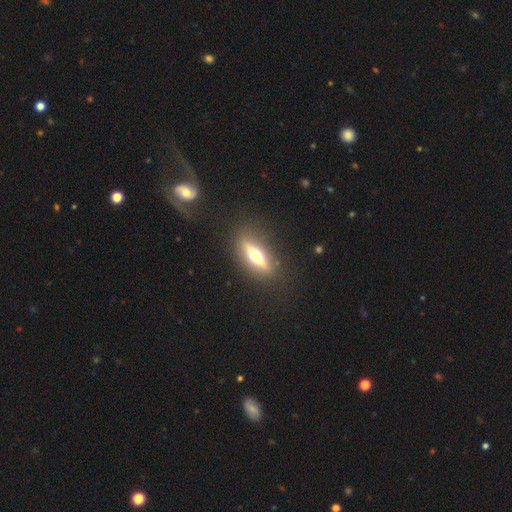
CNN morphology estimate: A featured or disk galaxy (60%) viewed edge-on (88%) with a rounded central bulge (92%). Merging: none (86%).